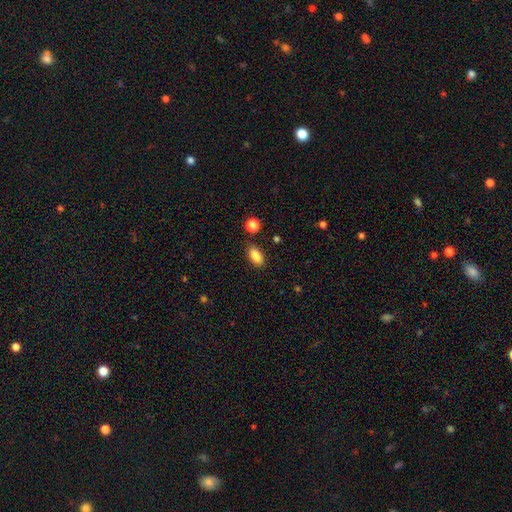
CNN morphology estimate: A smooth galaxy with no disk features (86%) that is in between round and cigar-shaped (89%).

Vote fractions:
- Smooth or featured? smooth: 86% / star or artifact: 8% / featured or disk: 5%
- How rounded? in between: 89% / cigar-shaped: 6% / round: 5%
- Merging? none: 85% / minor disturbance: 10% / merger: 3% / major disturbance: 3%